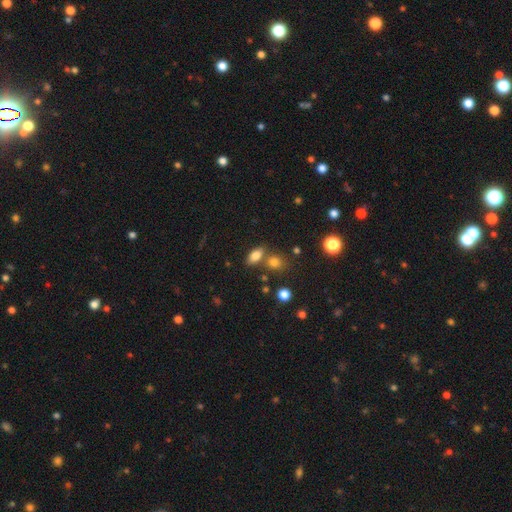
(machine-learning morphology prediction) smooth 80%, star or artifact 11%, featured or disk 9%. Down the decision tree: how rounded — in between (85%); merging — none (63%).